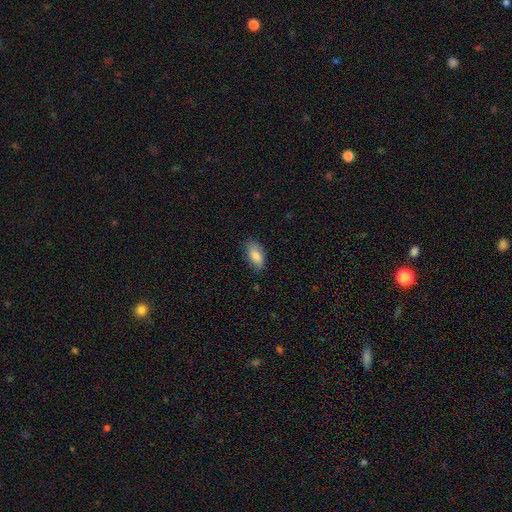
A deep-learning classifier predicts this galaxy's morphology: The model was most divided on "merging": none: 77%, minor disturbance: 19%, major disturbance: 3%, merger: 1%. More confident: how rounded — in between (92%); smooth or featured — smooth (85%).